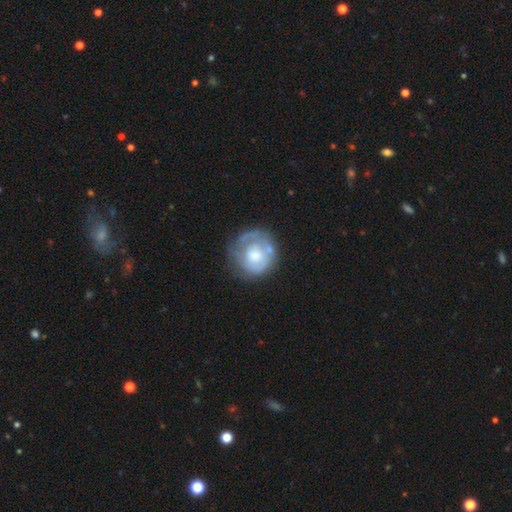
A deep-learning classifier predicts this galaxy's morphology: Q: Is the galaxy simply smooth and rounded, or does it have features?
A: featured or disk — 52%.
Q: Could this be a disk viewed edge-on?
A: no — 98%.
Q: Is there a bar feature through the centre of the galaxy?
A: no — 80%.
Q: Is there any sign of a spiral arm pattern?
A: no — 53%.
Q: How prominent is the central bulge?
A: moderate — 52%.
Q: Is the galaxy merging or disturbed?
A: none — 58%.